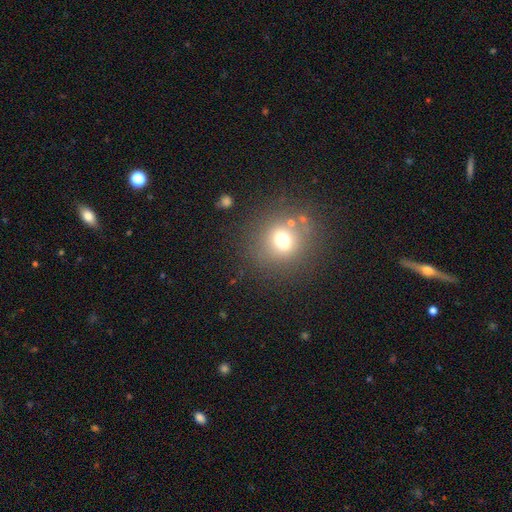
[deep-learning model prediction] smooth 60%, star or artifact 26%, featured or disk 14%. Down the decision tree: how rounded — round (86%); merging — none (78%).